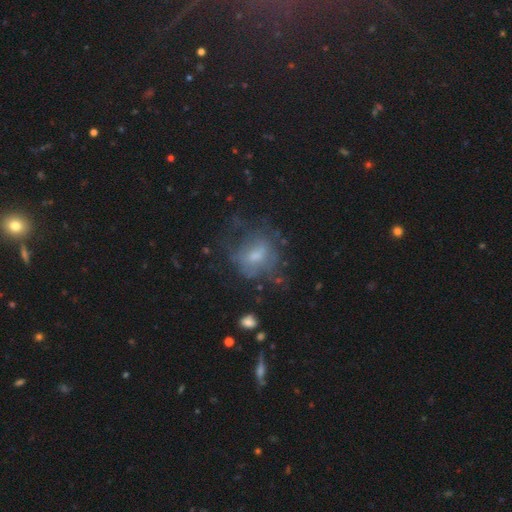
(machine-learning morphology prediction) The model was most divided on "smooth or featured": smooth: 46%, featured or disk: 41%, star or artifact: 13%. Remaining: merging — none (45%).